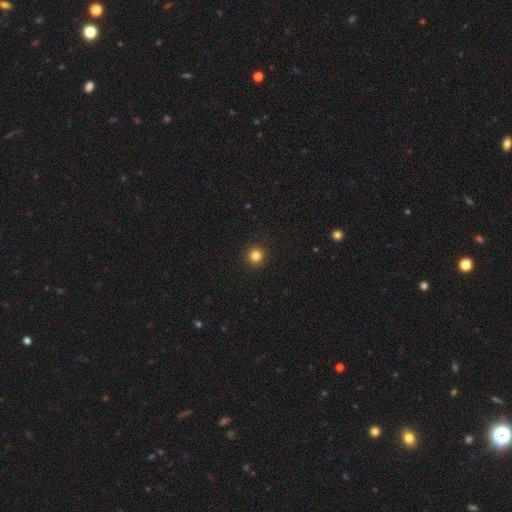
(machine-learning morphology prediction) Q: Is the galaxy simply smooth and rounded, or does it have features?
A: smooth — 83%.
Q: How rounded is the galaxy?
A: round — 93%.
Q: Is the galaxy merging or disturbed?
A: none — 93%.